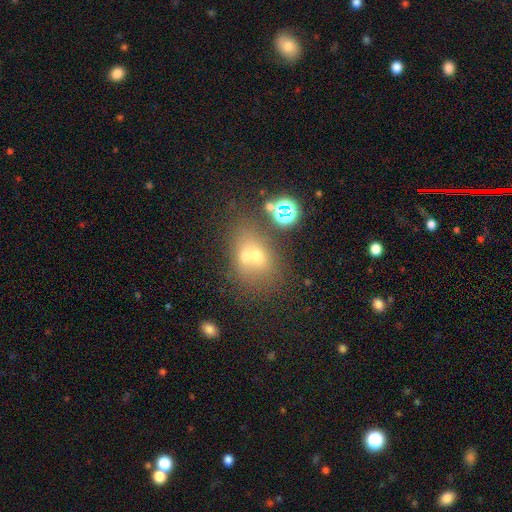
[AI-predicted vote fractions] Smooth or featured? Predicted: smooth (p=0.54). How rounded? Predicted: round (p=0.50). Merging? Predicted: merger (p=0.54).